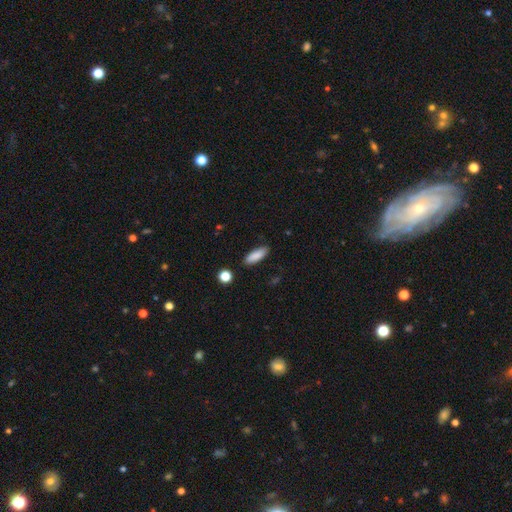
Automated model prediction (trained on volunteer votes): Smooth or featured?
  - smooth: 87% *
  - star or artifact: 7%
  - featured or disk: 6%
How rounded?
  - in between: 61% *
  - cigar-shaped: 37%
  - round: 2%
Merging?
  - none: 86% *
  - minor disturbance: 10%
  - major disturbance: 2%
  - merger: 2%